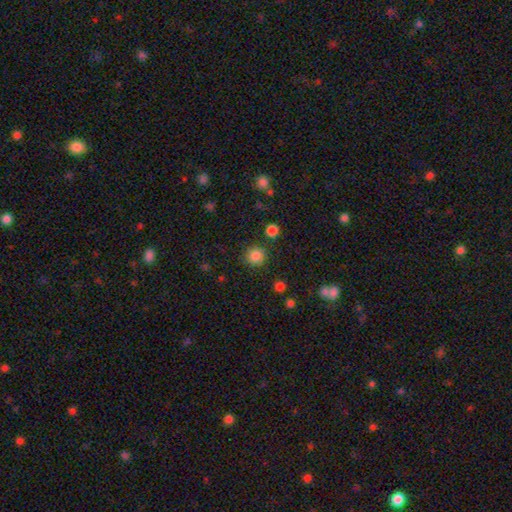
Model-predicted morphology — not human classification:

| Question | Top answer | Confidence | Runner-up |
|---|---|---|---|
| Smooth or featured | smooth | 85% | star or artifact (11%) |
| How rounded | round | 93% | in between (6%) |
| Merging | none | 88% | minor disturbance (7%) |